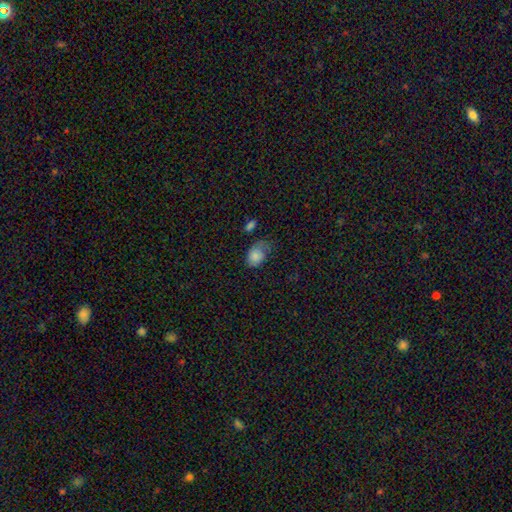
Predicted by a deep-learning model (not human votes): smooth-or-featured: smooth: 81% | star or artifact: 9% | featured or disk: 9%
  how-rounded: in between: 72% | round: 27% | cigar-shaped: 1%
  merging: minor disturbance: 37% | none: 35% | major disturbance: 23% | merger: 4%